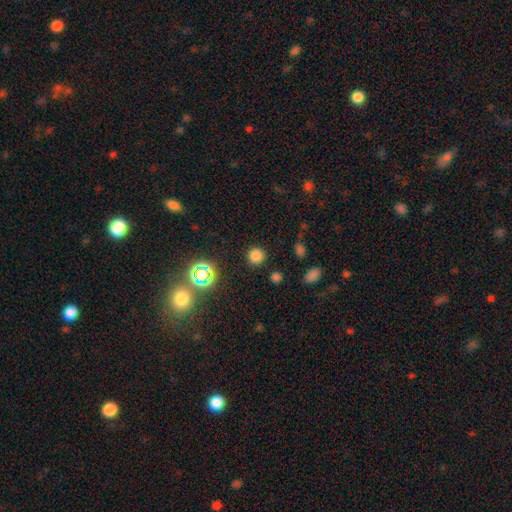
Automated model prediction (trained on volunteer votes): This is likely a smooth galaxy (76%). How rounded: clearly round (93%). Merging: clearly none (89%).